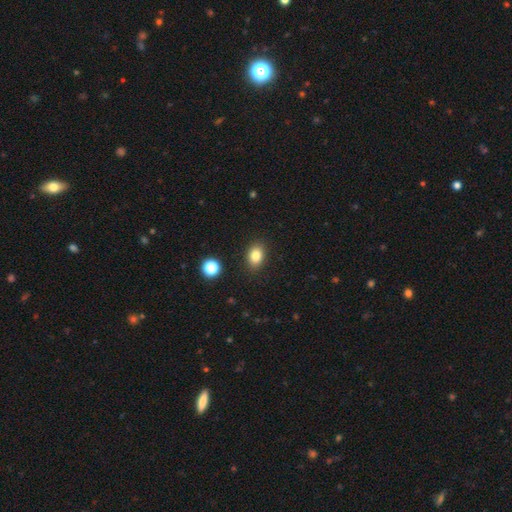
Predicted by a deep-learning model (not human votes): Overall: smooth (82%). How rounded: in between (71%). Merging: none (88%).